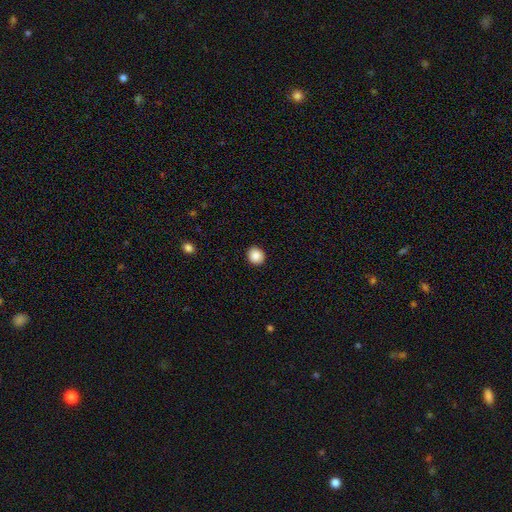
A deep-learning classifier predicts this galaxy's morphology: Smooth or featured?
  - smooth: 89% *
  - star or artifact: 9%
  - featured or disk: 3%
How rounded?
  - round: 81% *
  - in between: 18%
  - cigar-shaped: 1%
Merging?
  - none: 92% *
  - minor disturbance: 6%
  - major disturbance: 2%
  - merger: 1%